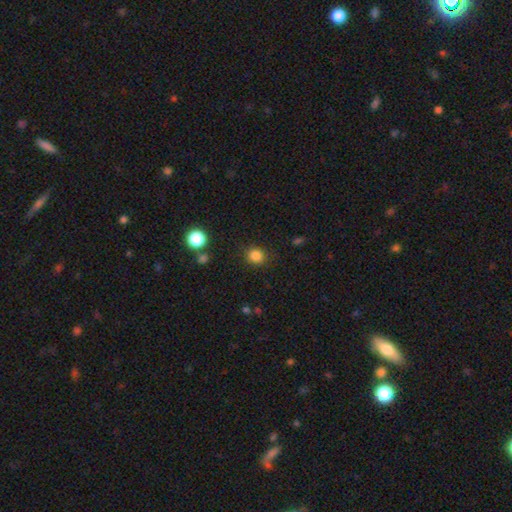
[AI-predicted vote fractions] This appears to be a smooth galaxy with no disk features (85%) that is round (82%). Merging: none (86%).